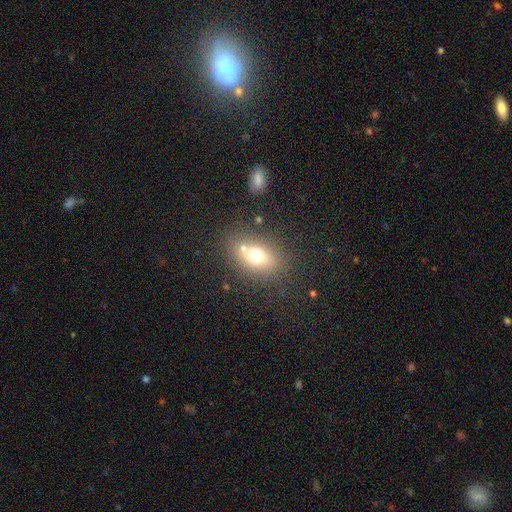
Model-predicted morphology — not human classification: Smooth or featured? smooth (65%)
How rounded? in between (61%)
Merging? none (66%)